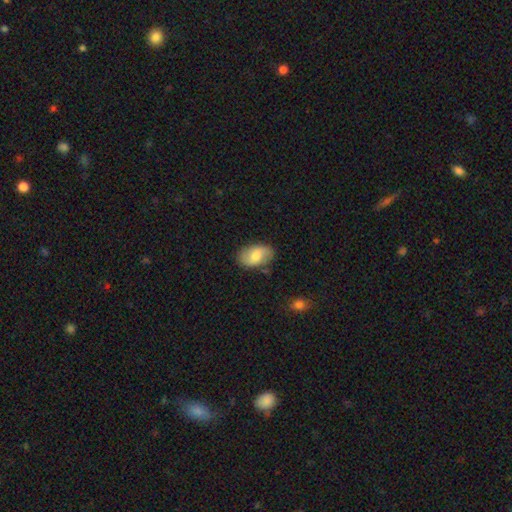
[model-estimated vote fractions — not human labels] Morphology: type=smooth (57%); roundness=in between (91%); merging=none (80%).